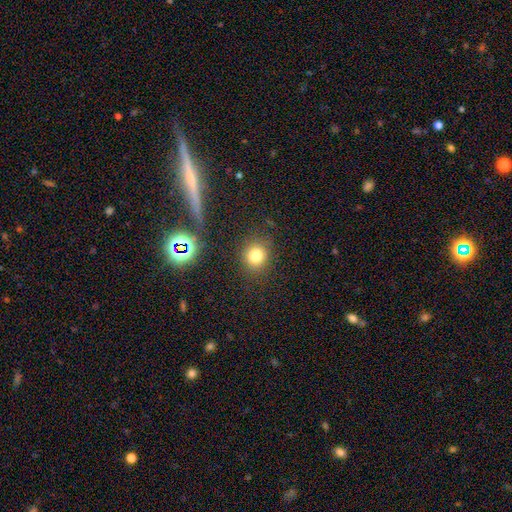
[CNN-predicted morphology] The model was most divided on "how rounded": round: 79%, in between: 20%, cigar-shaped: 1%. More confident: merging — none (84%); smooth or featured — smooth (79%).